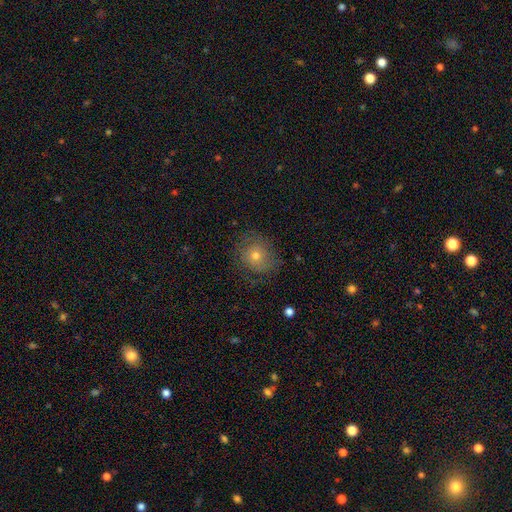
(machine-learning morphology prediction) type=smooth (57%); roundness=round (77%); merging=none (71%).